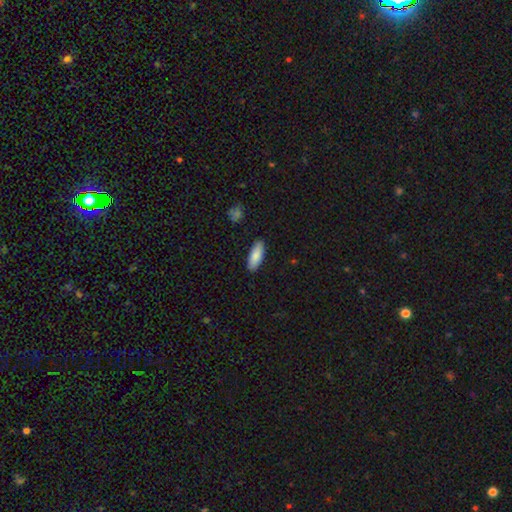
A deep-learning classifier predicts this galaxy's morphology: A smooth galaxy with no disk features (85%) that is in between round and cigar-shaped (76%). Merging: none (89%).